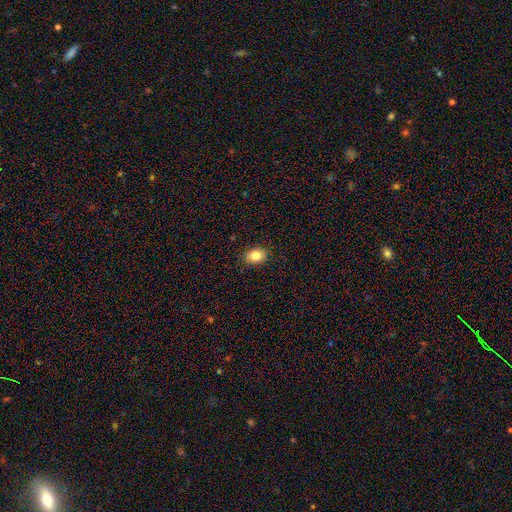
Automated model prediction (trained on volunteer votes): smooth-or-featured: smooth: 84% | star or artifact: 9% | featured or disk: 7%
  how-rounded: in between: 69% | round: 30% | cigar-shaped: 1%
  merging: none: 88% | minor disturbance: 9% | major disturbance: 2% | merger: 1%